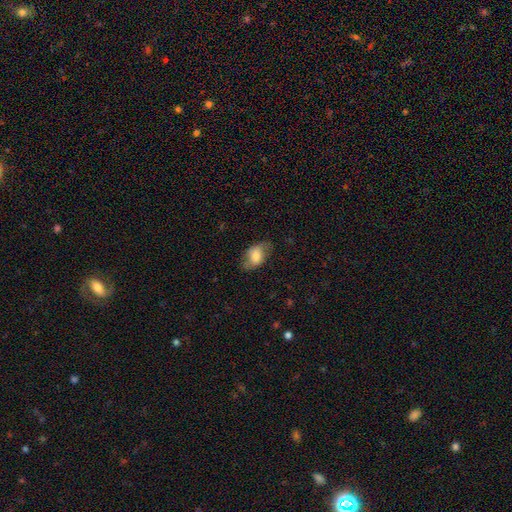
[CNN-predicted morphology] Smooth or featured? Predicted: smooth (p=0.67). How rounded? Predicted: in between (p=0.87). Merging? Predicted: none (p=0.66).